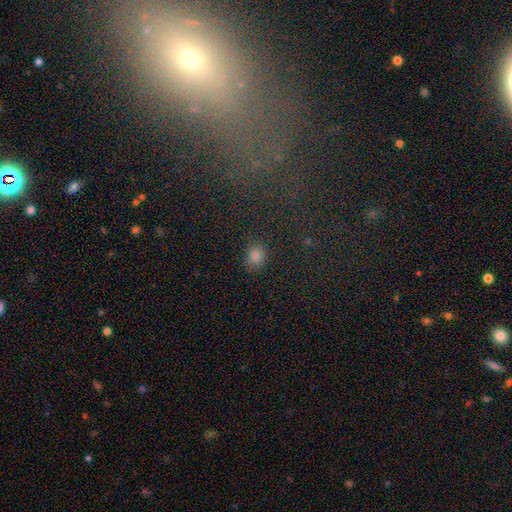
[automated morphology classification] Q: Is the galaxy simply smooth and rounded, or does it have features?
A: smooth — 82%.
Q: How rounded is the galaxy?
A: round — 50%.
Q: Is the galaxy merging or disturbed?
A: none — 79%.